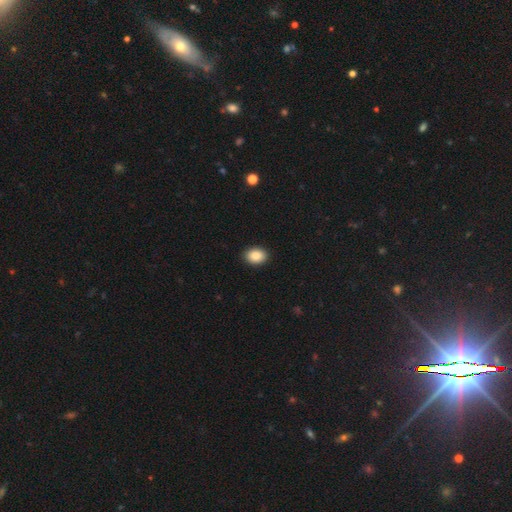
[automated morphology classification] type=smooth (86%); roundness=in between (71%); merging=none (91%).